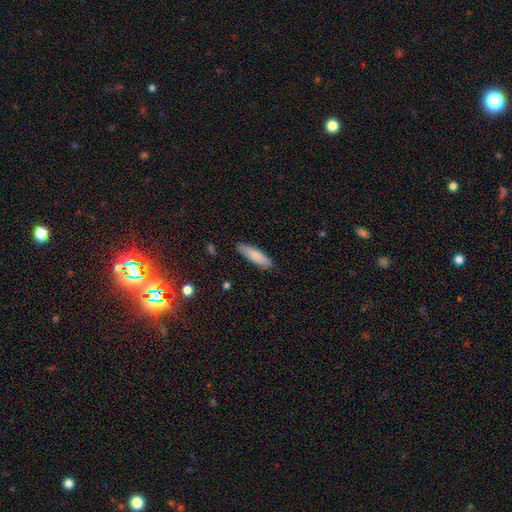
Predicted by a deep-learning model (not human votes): Smooth or featured? Predicted: smooth (p=0.83). How rounded? Predicted: cigar-shaped (p=0.60). Merging? Predicted: none (p=0.84).